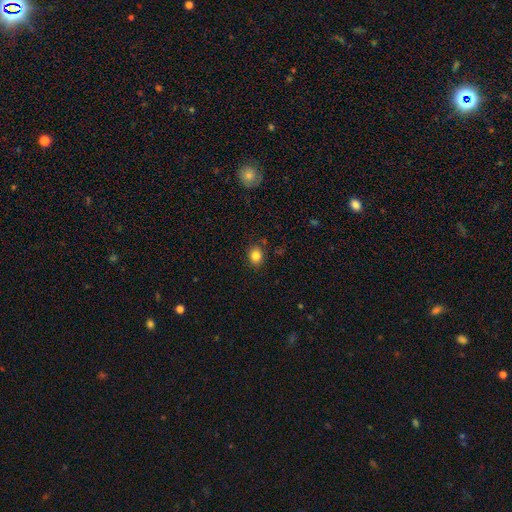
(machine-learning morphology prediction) A smooth galaxy with no disk features (83%) that is round (66%). Merging: none (85%).